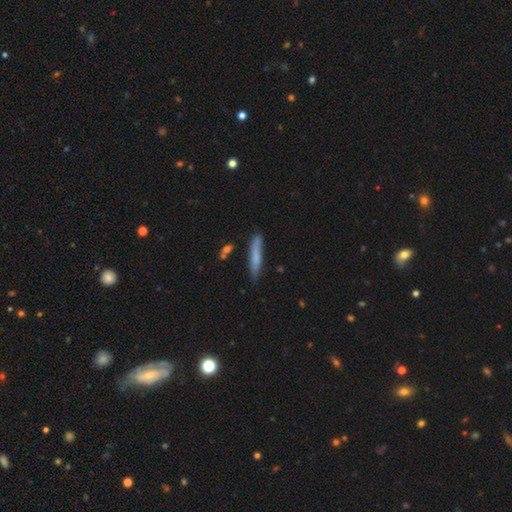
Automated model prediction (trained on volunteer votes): smooth_or_featured: smooth (p=0.71) [alt: featured or disk p=0.22]
how_rounded: cigar-shaped (p=0.91) [alt: in between p=0.07]
merging: none (p=0.77) [alt: minor disturbance p=0.17]